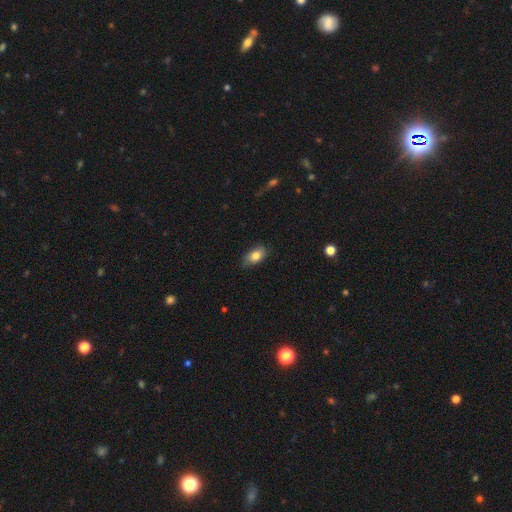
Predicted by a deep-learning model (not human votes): A smooth galaxy with no disk features (81%) that is in between round and cigar-shaped (89%).

Vote fractions:
- Smooth or featured? smooth: 81% / featured or disk: 11% / star or artifact: 8%
- How rounded? in between: 89% / round: 8% / cigar-shaped: 3%
- Merging? none: 74% / minor disturbance: 21% / major disturbance: 3% / merger: 1%